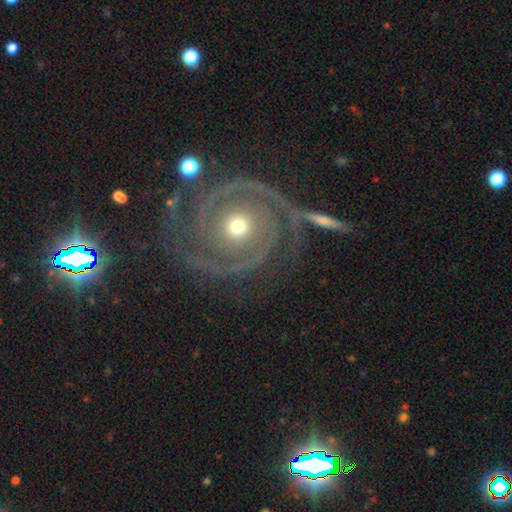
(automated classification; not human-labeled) A featured or disk galaxy (91%) with no bar (75%), 2 (80%) tight (77%) spiral arms (98%) and a moderate central bulge (58%).

Vote fractions:
- Smooth or featured? featured or disk: 91% / star or artifact: 6% / smooth: 3%
- Edge-on disk? no: 98% / yes: 2%
- Bar? no: 75% / weak: 15% / strong: 9%
- Spiral arms? yes: 98% / no: 2%
- Spiral winding? tight: 77% / medium: 20% / loose: 3%
- Spiral arm count? 2: 80% / 3: 9% / can't tell: 4% / 4: 3% / 1: 2% / more than 4: 2%
- Bulge size? moderate: 58% / small: 37% / large: 3% / dominant: 1% / none: 1%
- Merging? none: 76% / minor disturbance: 14% / major disturbance: 6% / merger: 4%